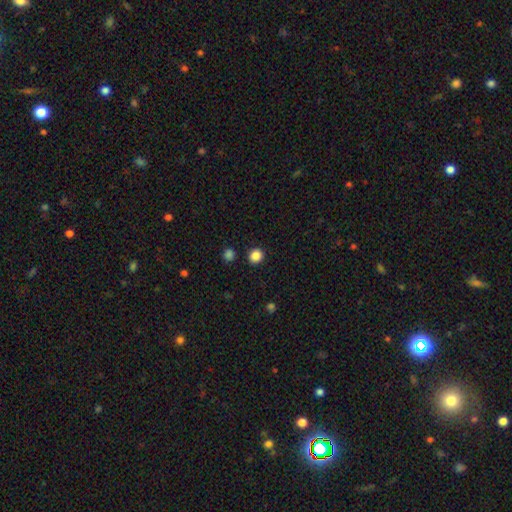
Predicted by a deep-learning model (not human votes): The model was most divided on "smooth or featured": smooth: 86%, star or artifact: 11%, featured or disk: 3%. More confident: merging — none (90%); how rounded — round (89%).